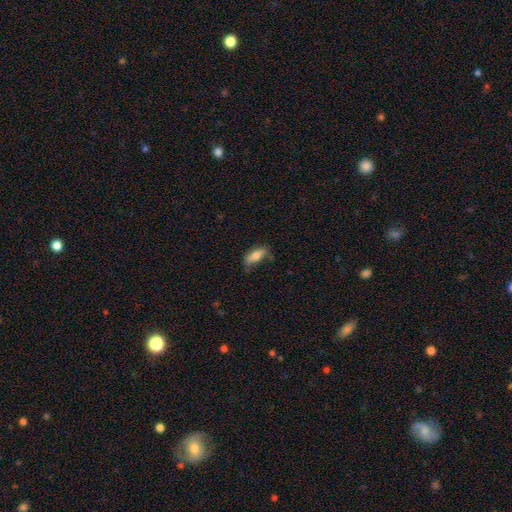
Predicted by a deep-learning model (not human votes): A smooth galaxy with no disk features (74%) that is in between round and cigar-shaped (69%).

Vote fractions:
- Smooth or featured? smooth: 74% / featured or disk: 19% / star or artifact: 7%
- How rounded? in between: 69% / cigar-shaped: 29% / round: 3%
- Merging? none: 67% / minor disturbance: 24% / major disturbance: 6% / merger: 3%